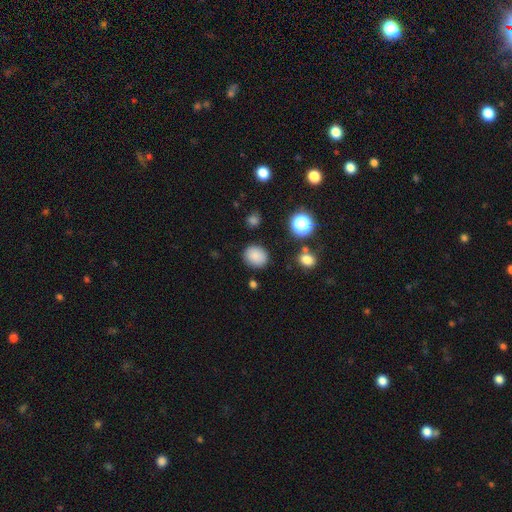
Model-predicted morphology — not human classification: Overall: smooth (84%). How rounded: round (69%; in between 30%). Merging: none (85%).